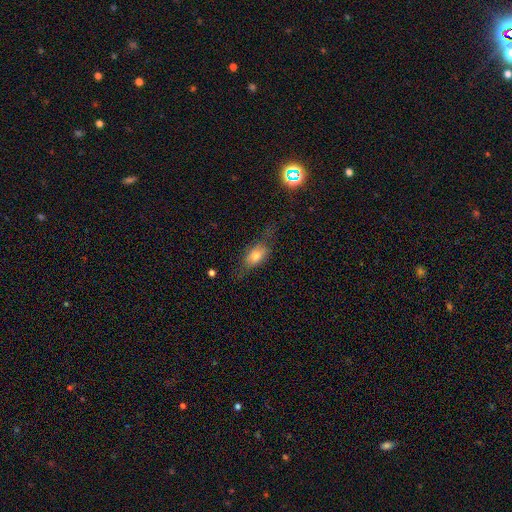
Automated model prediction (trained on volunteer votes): Smooth or featured? smooth (66%)
How rounded? in between (80%)
Merging? none (53%)